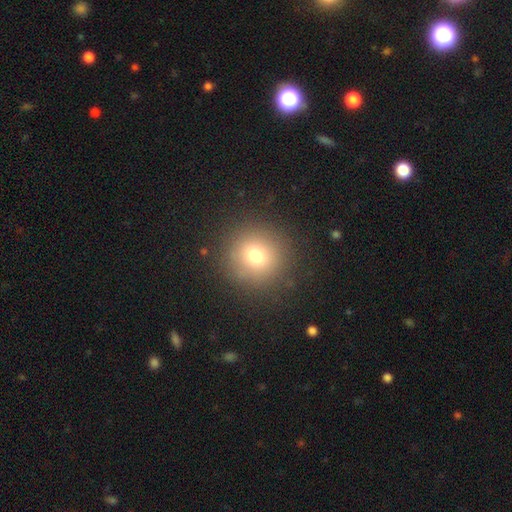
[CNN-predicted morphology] A smooth galaxy with no disk features (75%) that is round (93%).

Vote fractions:
- Smooth or featured? smooth: 75% / star or artifact: 15% / featured or disk: 11%
- How rounded? round: 93% / in between: 6% / cigar-shaped: 1%
- Merging? none: 88% / minor disturbance: 7% / major disturbance: 3% / merger: 1%